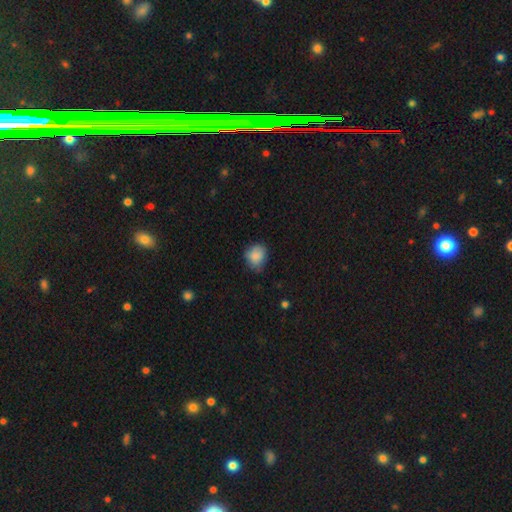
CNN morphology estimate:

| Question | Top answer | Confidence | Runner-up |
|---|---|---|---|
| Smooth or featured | smooth | 84% | star or artifact (9%) |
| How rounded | round | 67% | in between (32%) |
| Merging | none | 64% | minor disturbance (30%) |